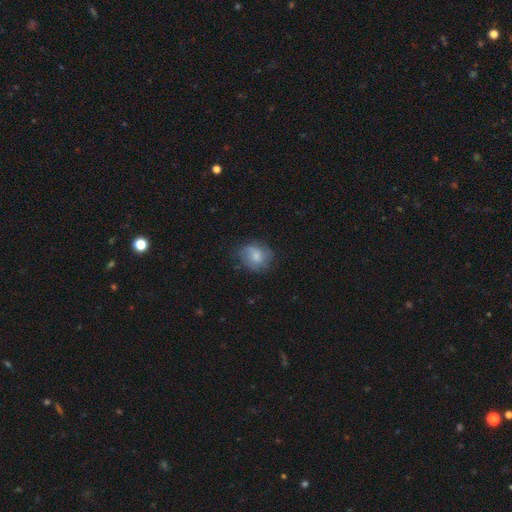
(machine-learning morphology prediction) type=smooth (62%); roundness=round (63%); merging=none (64%).